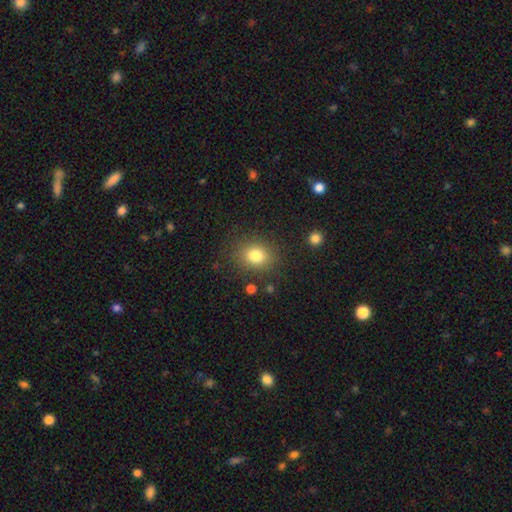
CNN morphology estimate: type=smooth (81%); roundness=round (53%); merging=none (82%).